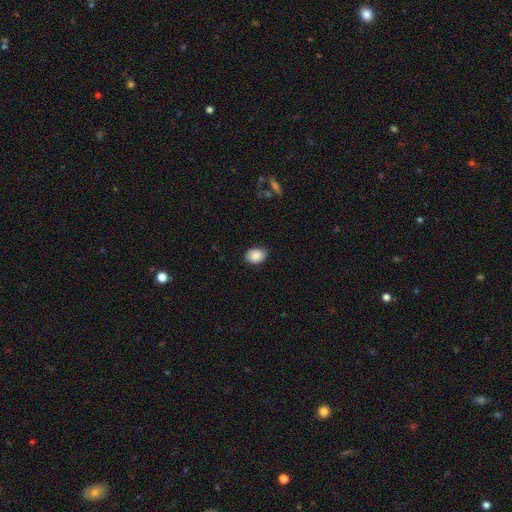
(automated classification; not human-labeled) smooth_or_featured: smooth (p=0.88) [alt: star or artifact p=0.08]
how_rounded: in between (p=0.69) [alt: round p=0.30]
merging: none (p=0.84) [alt: minor disturbance p=0.12]